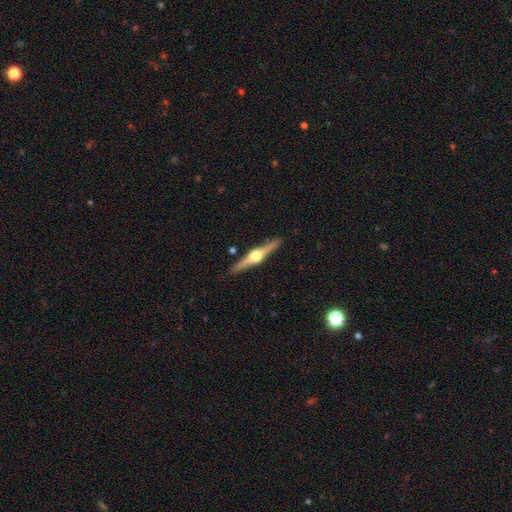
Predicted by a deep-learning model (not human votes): The model was most divided on "smooth or featured": featured or disk: 83%, smooth: 13%, star or artifact: 5%. More confident: edge-on disk — yes (98%); edge-on bulge — rounded (96%); merging — none (91%).